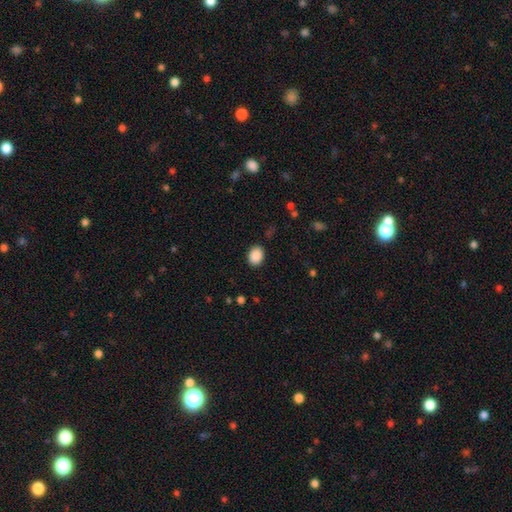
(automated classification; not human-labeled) The model was most divided on "how rounded": in between: 67%, round: 32%, cigar-shaped: 1%. More confident: smooth or featured — smooth (90%); merging — none (88%).